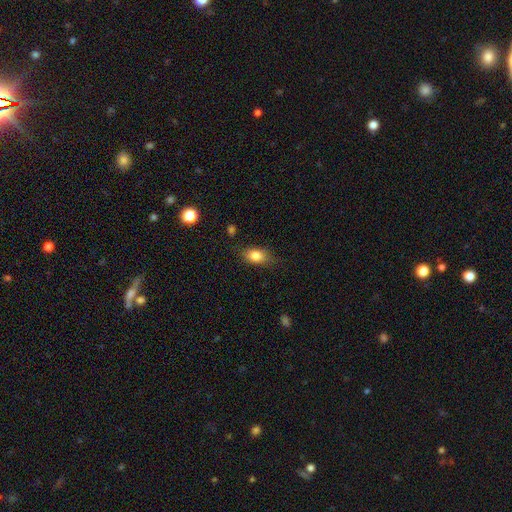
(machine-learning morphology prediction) smooth-or-featured: smooth: 81% | featured or disk: 10% | star or artifact: 9%
  how-rounded: in between: 78% | round: 18% | cigar-shaped: 4%
  merging: none: 74% | minor disturbance: 20% | major disturbance: 5% | merger: 2%